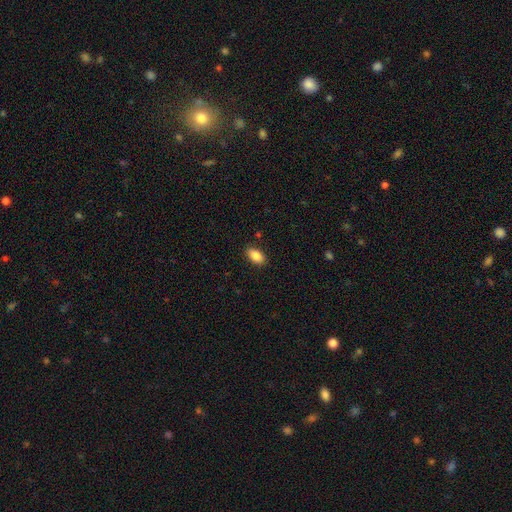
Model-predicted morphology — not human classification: The model was most divided on "merging": none: 88%, minor disturbance: 8%, major disturbance: 2%, merger: 1%. More confident: how rounded — in between (92%); smooth or featured — smooth (88%).